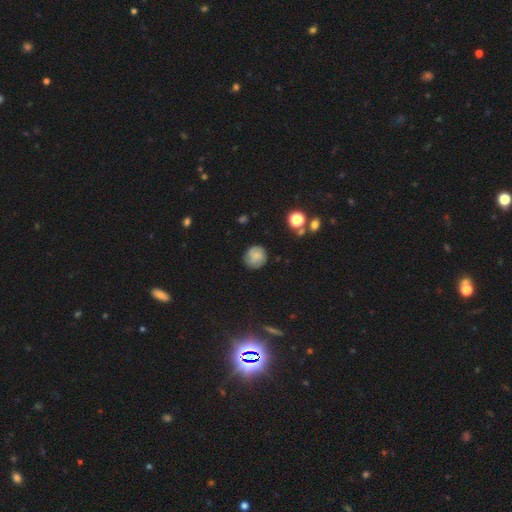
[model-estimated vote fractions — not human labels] Smooth or featured? smooth (71%)
How rounded? round (89%)
Merging? none (77%)